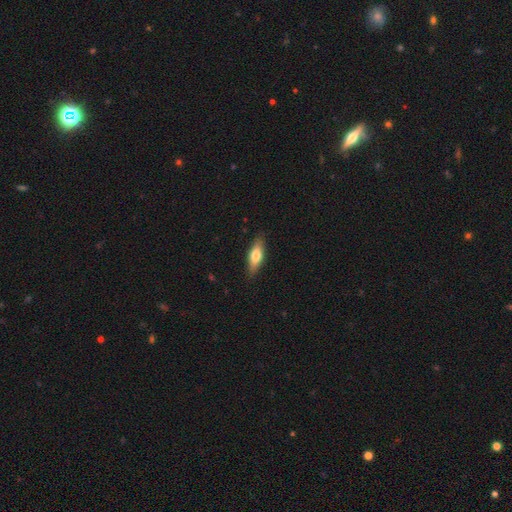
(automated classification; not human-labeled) This is likely a smooth galaxy (66%). How rounded: possibly in between (54%). Merging: clearly none (86%).